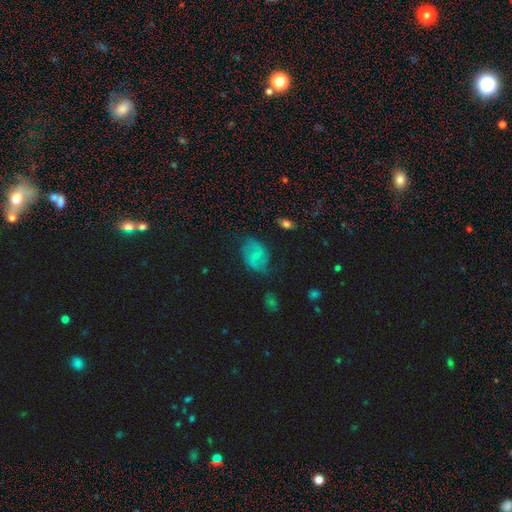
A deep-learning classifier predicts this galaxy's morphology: A featured or disk galaxy (51%).

Vote fractions:
- Smooth or featured? featured or disk: 51% / smooth: 38% / star or artifact: 10%
- Edge-on disk? no: 97% / yes: 3%
- Merging? none: 62% / minor disturbance: 25% / major disturbance: 11% / merger: 3%